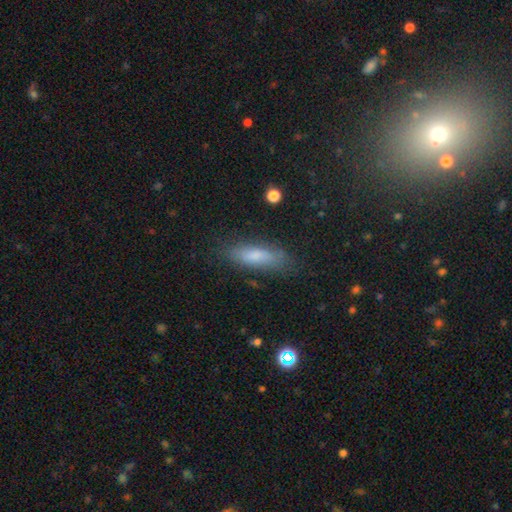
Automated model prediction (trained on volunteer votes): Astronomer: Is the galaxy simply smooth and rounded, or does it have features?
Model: smooth — 73%.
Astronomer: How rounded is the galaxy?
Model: cigar-shaped — 49% (runner-up: in between, 48%).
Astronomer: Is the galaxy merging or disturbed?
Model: none — 78%.